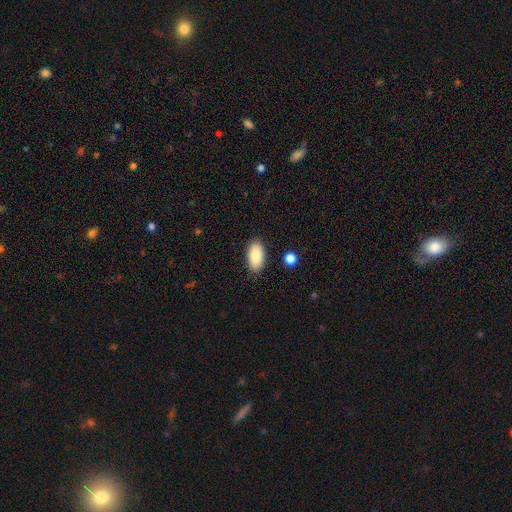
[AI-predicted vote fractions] Morphology: type=smooth (89%); roundness=in between (94%); merging=none (88%).